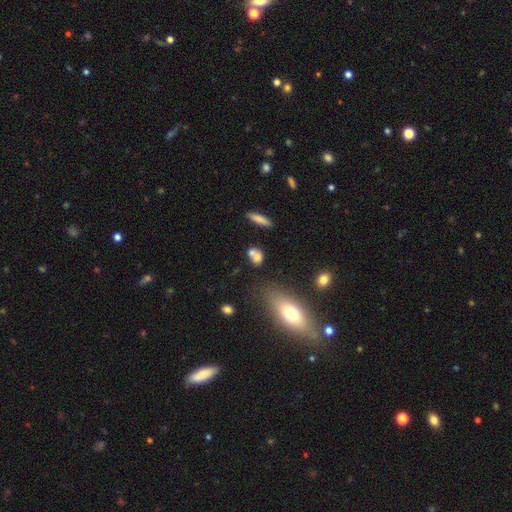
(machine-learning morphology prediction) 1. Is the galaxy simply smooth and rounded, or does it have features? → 68% smooth, 19% featured or disk, 13% star or artifact.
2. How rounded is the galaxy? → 47% in between, 46% round, 7% cigar-shaped.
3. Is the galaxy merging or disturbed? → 43% merger, 38% none, 12% minor disturbance, 7% major disturbance.